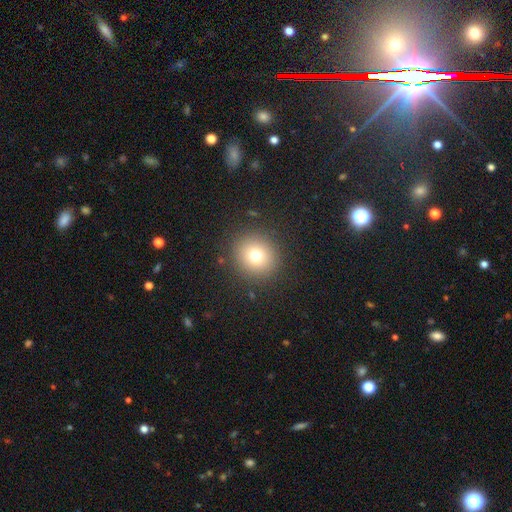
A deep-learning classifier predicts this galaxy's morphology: This is likely a smooth galaxy (73%). How rounded: clearly round (92%). Merging: clearly none (89%).